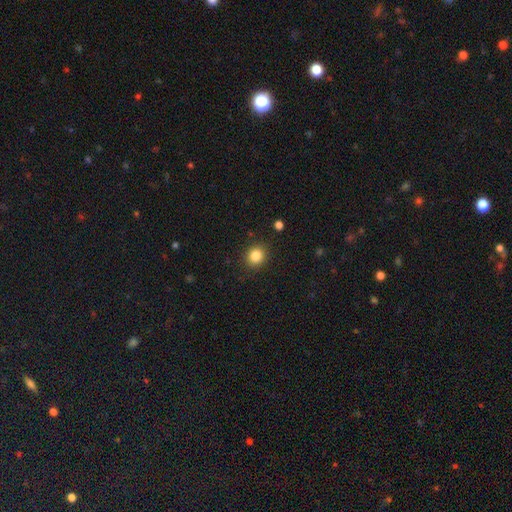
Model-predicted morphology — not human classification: Overall: smooth (84%). How rounded: round (79%). Merging: none (89%).